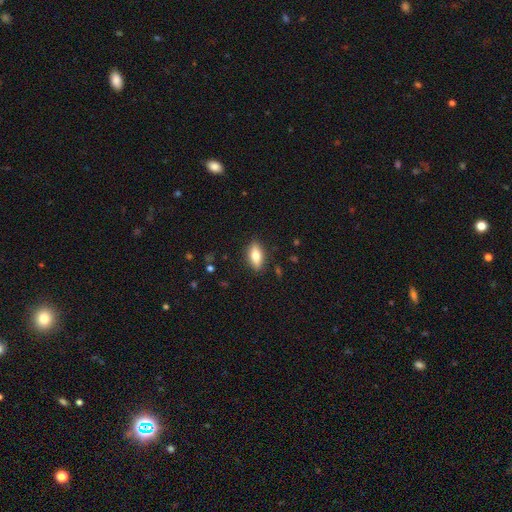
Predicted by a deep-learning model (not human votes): A smooth galaxy with no disk features (66%) that is in between round and cigar-shaped (74%). Merging: none (86%).